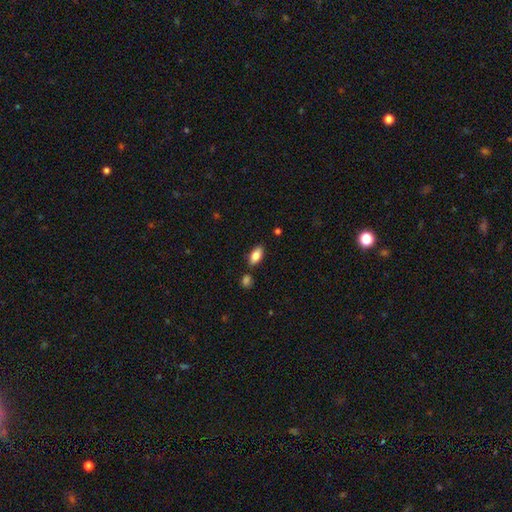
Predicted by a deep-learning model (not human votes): smooth-or-featured: smooth: 82% | featured or disk: 11% | star or artifact: 7%
  how-rounded: in between: 88% | cigar-shaped: 9% | round: 3%
  merging: none: 82% | minor disturbance: 11% | merger: 5% | major disturbance: 2%